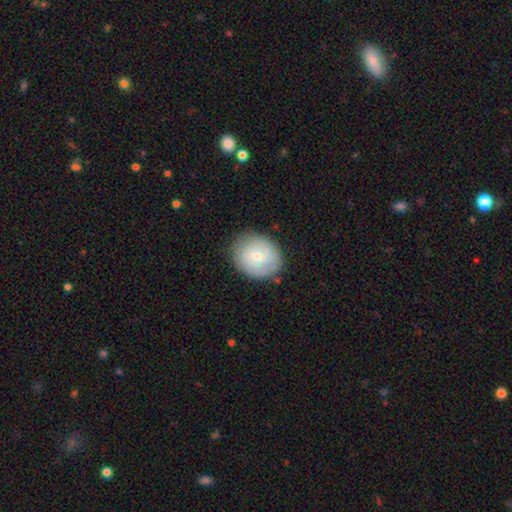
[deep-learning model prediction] Smooth or featured?
  - smooth: 52% *
  - featured or disk: 41%
  - star or artifact: 7%
How rounded?
  - round: 71% *
  - in between: 28%
  - cigar-shaped: 1%
Merging?
  - none: 82% *
  - minor disturbance: 13%
  - major disturbance: 3%
  - merger: 1%